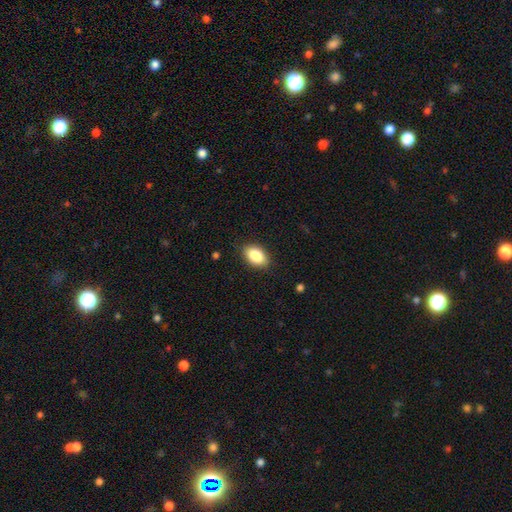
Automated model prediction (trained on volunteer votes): Morphology: type=smooth (87%); roundness=in between (89%); merging=none (86%).